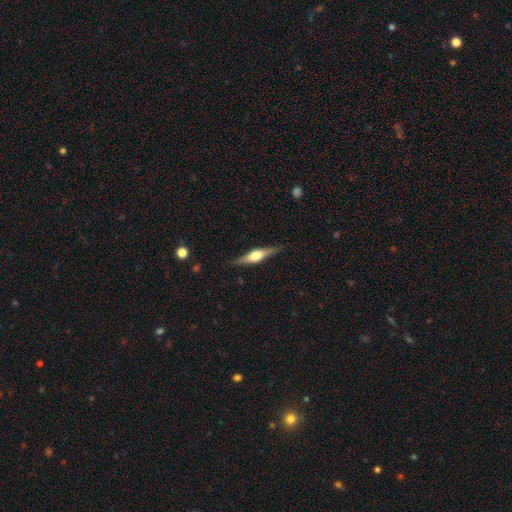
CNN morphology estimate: Smooth or featured: featured or disk — 69% (smooth — 25%)
Edge-on disk: yes — 97% (no — 3%)
Edge-on bulge: rounded — 92% (boxy — 6%)
Merging: none — 87% (minor disturbance — 9%)